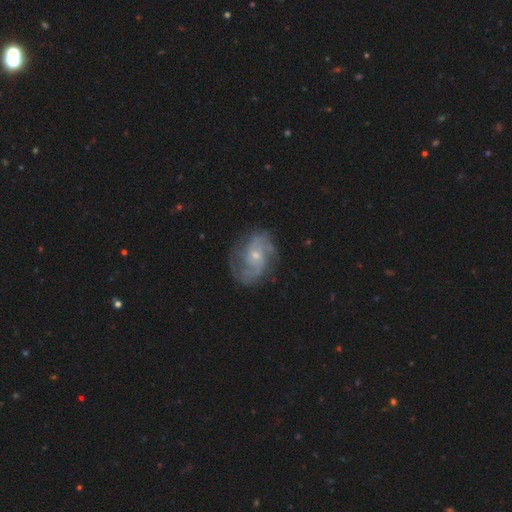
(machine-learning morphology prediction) Smooth or featured?
  - featured or disk: 84% *
  - smooth: 10%
  - star or artifact: 6%
Edge-on disk?
  - no: 98% *
  - yes: 2%
Bar?
  - no: 67% *
  - weak: 28%
  - strong: 5%
Spiral arms?
  - yes: 95% *
  - no: 5%
Spiral winding?
  - medium: 49% *
  - tight: 30%
  - loose: 22%
Spiral arm count?
  - 2: 55% *
  - can't tell: 16%
  - 3: 15%
  - 4: 5%
  - 1: 4%
  - more than 4: 4%
Bulge size?
  - small: 69% *
  - moderate: 27%
  - none: 2%
  - large: 1%
  - dominant: 1%
Merging?
  - none: 71% *
  - minor disturbance: 18%
  - major disturbance: 9%
  - merger: 1%